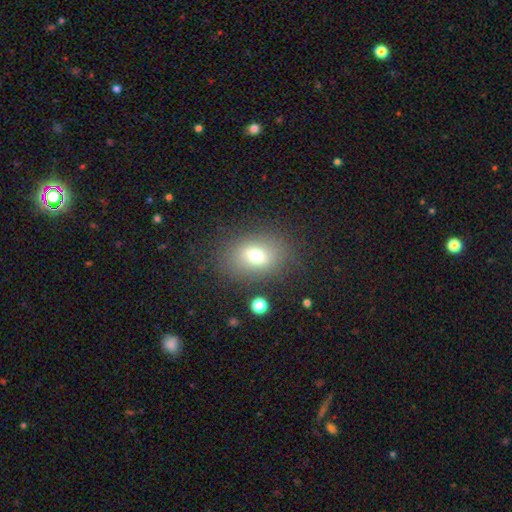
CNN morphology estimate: A smooth galaxy with no disk features (70%) that is in between round and cigar-shaped (66%).

Vote fractions:
- Smooth or featured? smooth: 70% / featured or disk: 17% / star or artifact: 14%
- How rounded? in between: 66% / round: 33% / cigar-shaped: 1%
- Merging? none: 79% / minor disturbance: 12% / major disturbance: 6% / merger: 2%